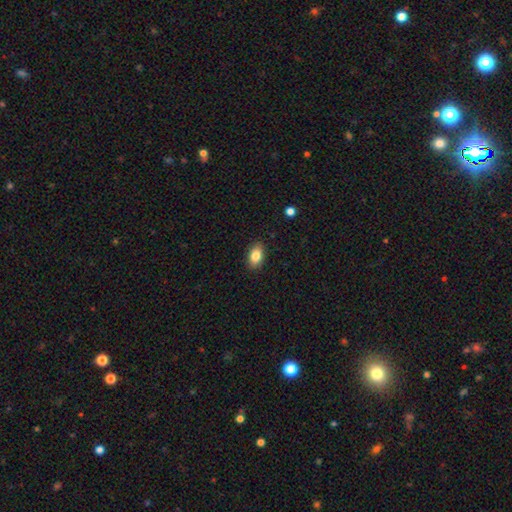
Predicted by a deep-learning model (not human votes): This is clearly a smooth galaxy (85%). How rounded: clearly in between (88%). Merging: clearly none (88%).